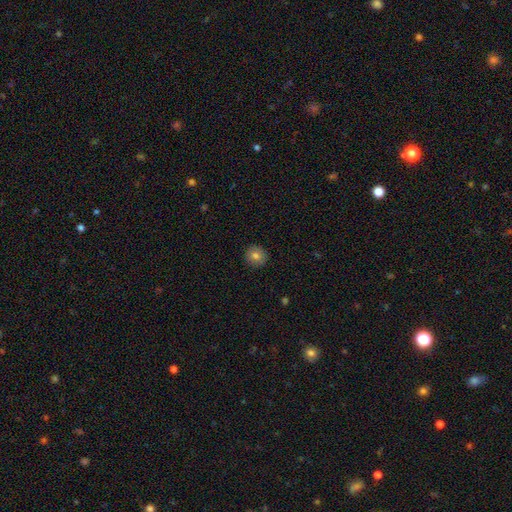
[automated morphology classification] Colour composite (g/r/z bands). It shows a smooth galaxy with no disk features (80%) that is round (91%). Merging: none (91%).